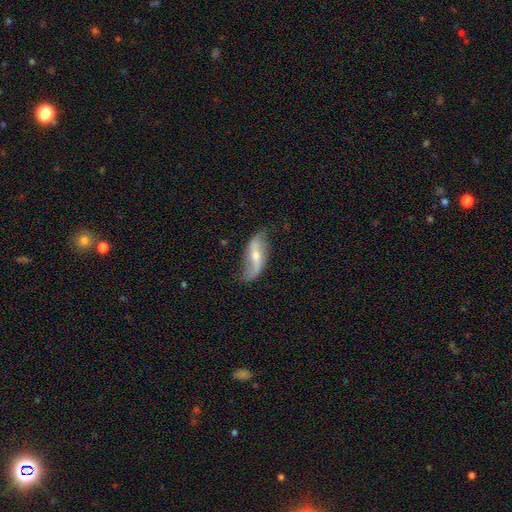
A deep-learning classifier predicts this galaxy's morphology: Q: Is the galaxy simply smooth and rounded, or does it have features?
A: featured or disk — 79%.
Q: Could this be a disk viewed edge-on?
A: no — 91%.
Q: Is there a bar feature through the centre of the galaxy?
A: weak — 38%.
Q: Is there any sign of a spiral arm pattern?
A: yes — 91%.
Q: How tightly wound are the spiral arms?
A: loose — 88%.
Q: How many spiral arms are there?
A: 2 — 90%.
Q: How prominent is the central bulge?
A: moderate — 48%.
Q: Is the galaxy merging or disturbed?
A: none — 69%.